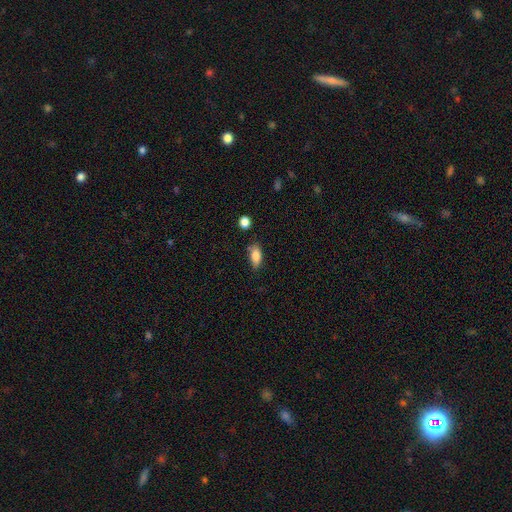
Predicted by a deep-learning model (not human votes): Smooth or featured?
  - smooth: 85% *
  - featured or disk: 8%
  - star or artifact: 8%
How rounded?
  - in between: 86% *
  - cigar-shaped: 11%
  - round: 4%
Merging?
  - none: 74% *
  - minor disturbance: 18%
  - merger: 4%
  - major disturbance: 4%